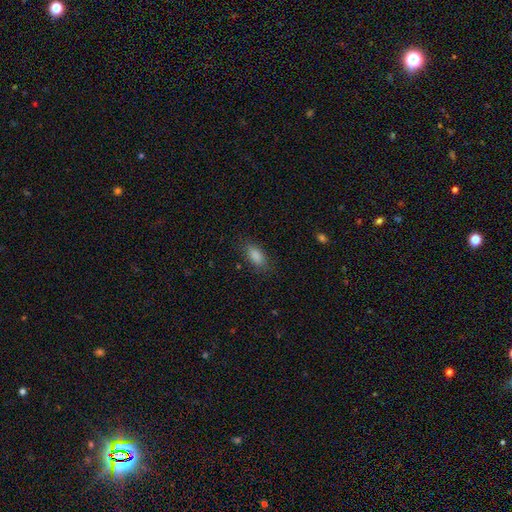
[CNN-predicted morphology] type=smooth (87%); roundness=in between (89%); merging=none (82%).